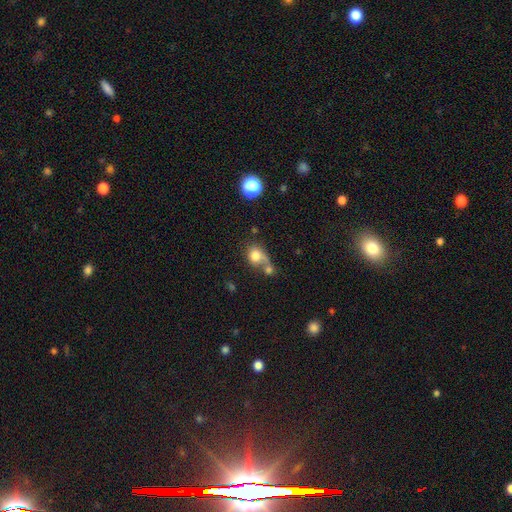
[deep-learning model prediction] Morphology: type=smooth (76%); roundness=round (65%); merging=merger (47%).